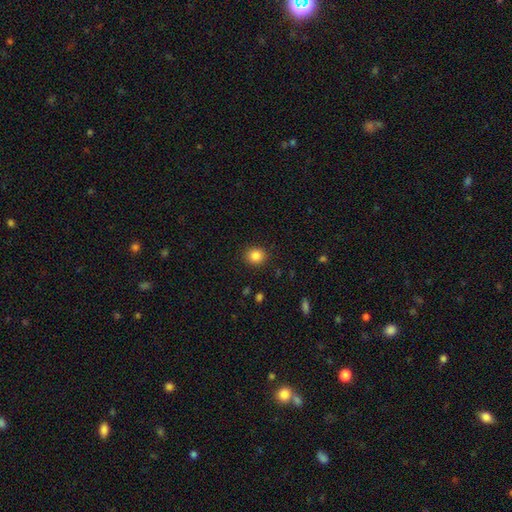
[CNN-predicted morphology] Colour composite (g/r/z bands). It shows a smooth galaxy with no disk features (86%) that is round (79%). Merging: none (89%).